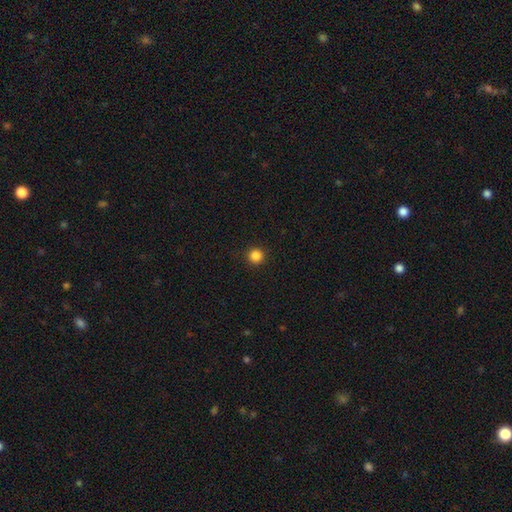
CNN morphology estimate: type=smooth (85%); roundness=round (96%); merging=none (93%).